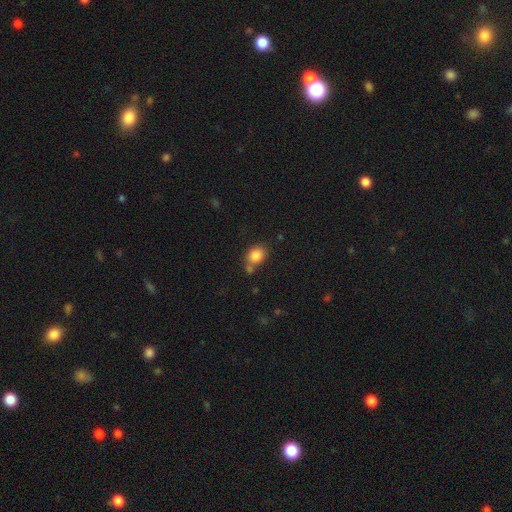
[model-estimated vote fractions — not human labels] The model was most divided on "how rounded": round: 52%, in between: 47%, cigar-shaped: 1%. More confident: smooth or featured — smooth (84%); merging — none (58%).